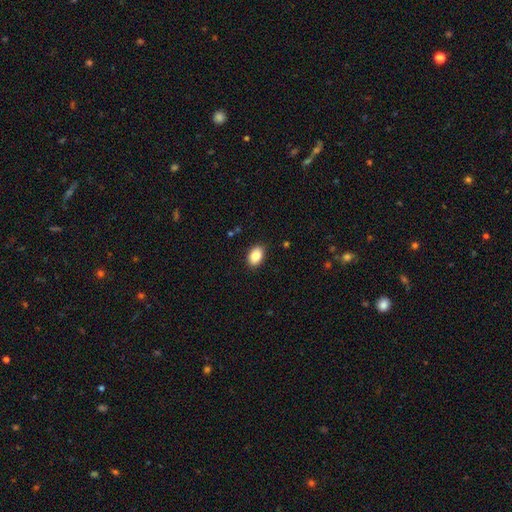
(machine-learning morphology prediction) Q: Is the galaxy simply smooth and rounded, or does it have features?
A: smooth — 87%.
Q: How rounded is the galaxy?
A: in between — 86%.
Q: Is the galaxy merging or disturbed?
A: none — 88%.